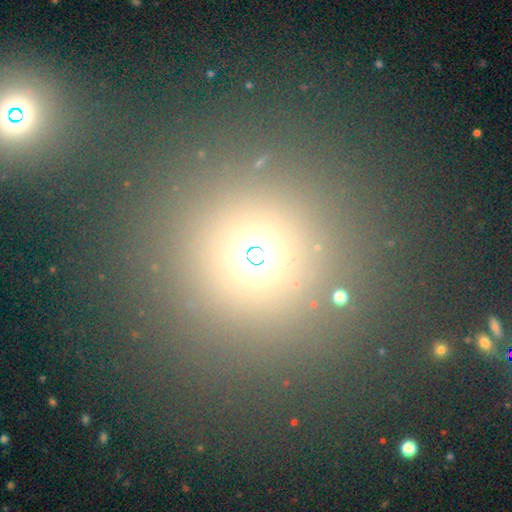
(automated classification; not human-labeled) Overall: smooth (55%; star or artifact 35%). How rounded: round (85%). Merging: none (83%).